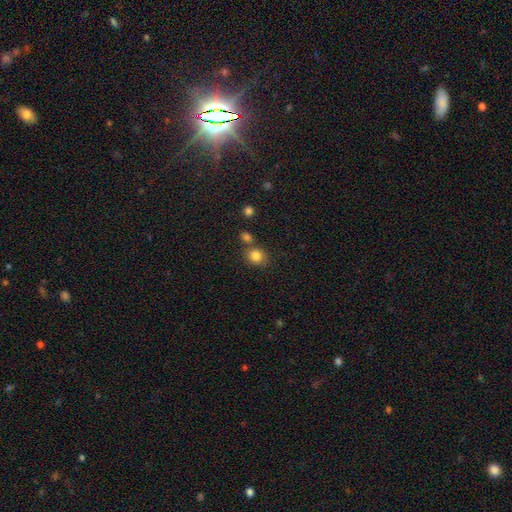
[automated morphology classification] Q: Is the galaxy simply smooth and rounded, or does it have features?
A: smooth — 83%.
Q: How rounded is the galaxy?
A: round — 66%.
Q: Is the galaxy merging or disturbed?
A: none — 67%.